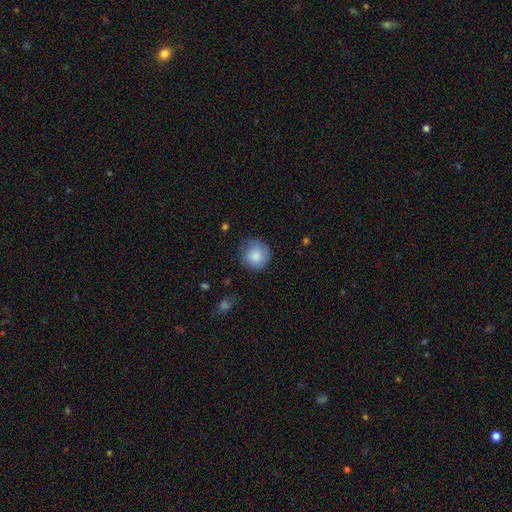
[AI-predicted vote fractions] Morphology: type=smooth (85%); roundness=round (93%); merging=none (78%).